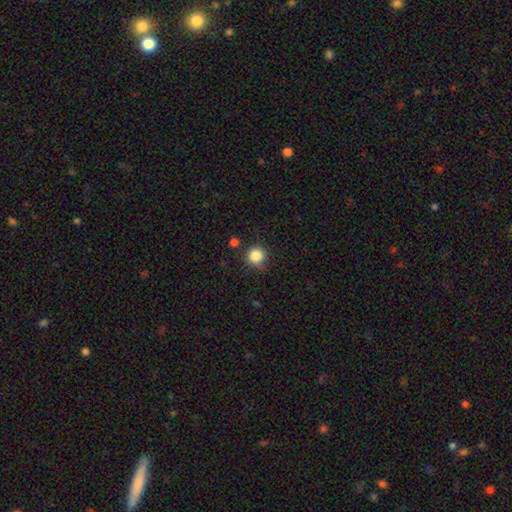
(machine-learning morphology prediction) Smooth or featured? smooth (85%)
How rounded? round (93%)
Merging? none (80%)